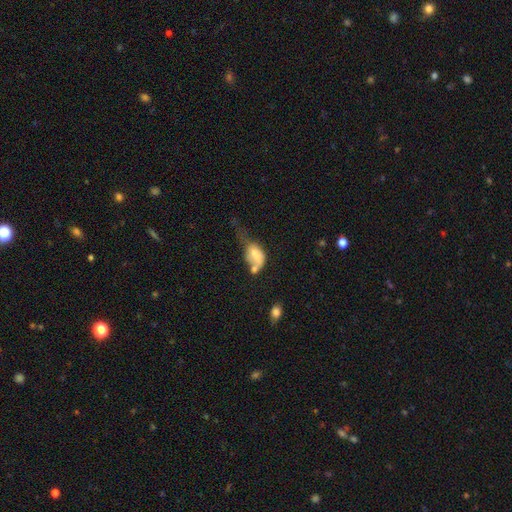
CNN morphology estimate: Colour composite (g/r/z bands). It shows a smooth galaxy with no disk features (64%) that is in between round and cigar-shaped (84%). Merging: major disturbance (41%).